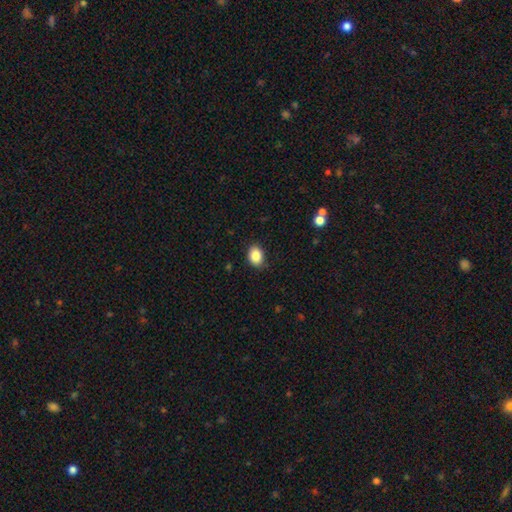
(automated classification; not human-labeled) Smooth or featured: smooth — 87% (star or artifact — 9%)
How rounded: in between — 71% (round — 28%)
Merging: none — 85% (minor disturbance — 11%)